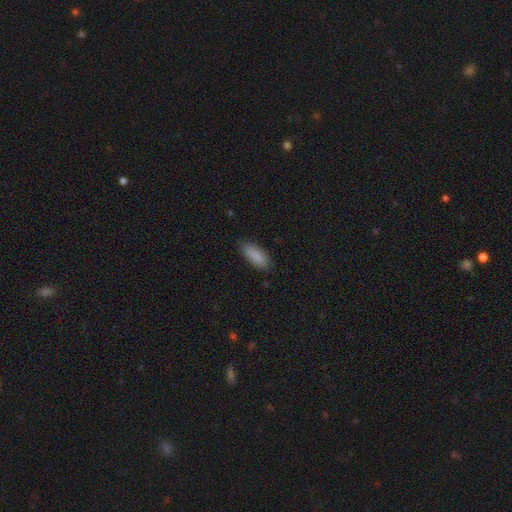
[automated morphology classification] type=smooth (87%); roundness=in between (72%); merging=none (80%).